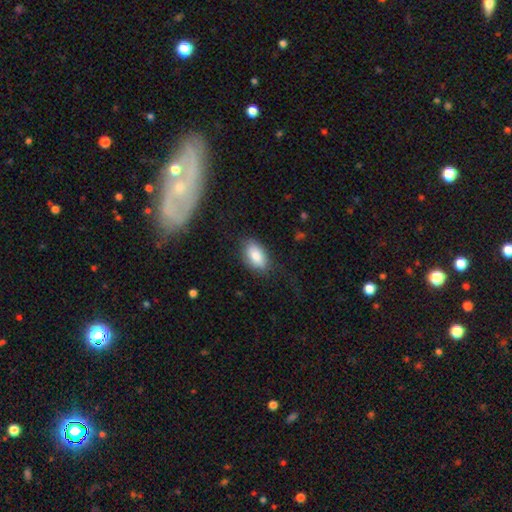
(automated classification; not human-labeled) Smooth or featured: smooth — 83% (featured or disk — 10%)
How rounded: in between — 92% (round — 5%)
Merging: none — 78% (minor disturbance — 16%)